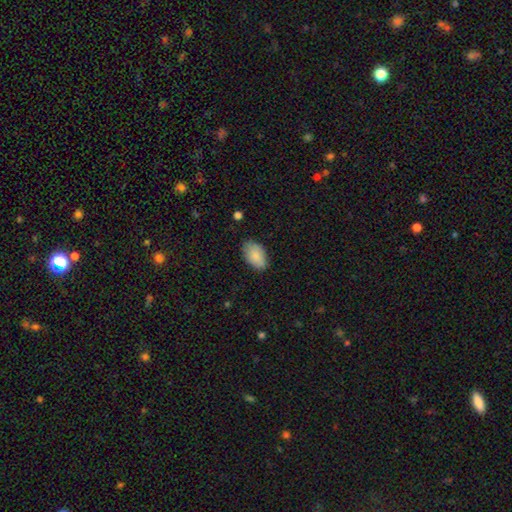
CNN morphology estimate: Smooth or featured: smooth — 86% (featured or disk — 8%)
How rounded: in between — 93% (round — 6%)
Merging: none — 77% (minor disturbance — 19%)